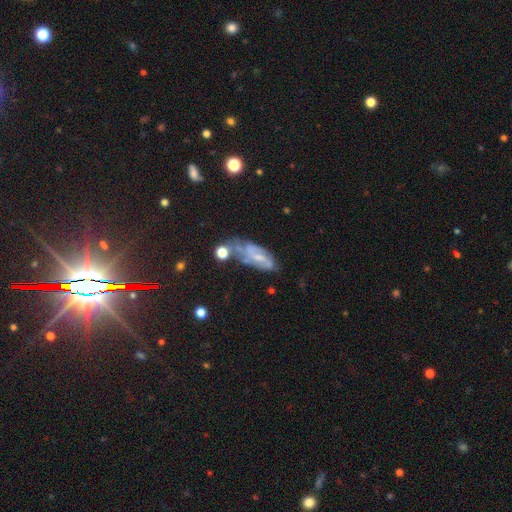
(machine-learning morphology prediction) Q: Smooth or featured?
A: featured or disk (57%); runner-up: smooth (29%)
Q: Edge-on disk?
A: no (86%); runner-up: yes (14%)
Q: Merging?
A: none (38%); runner-up: minor disturbance (27%)